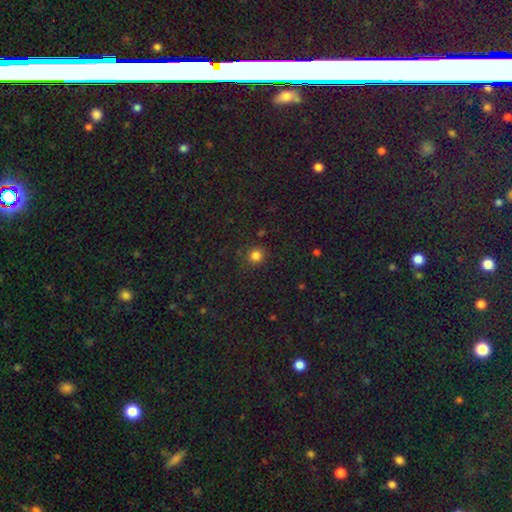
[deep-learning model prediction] The model was most divided on "smooth or featured": smooth: 81%, star or artifact: 15%, featured or disk: 4%. More confident: how rounded — round (91%); merging — none (87%).